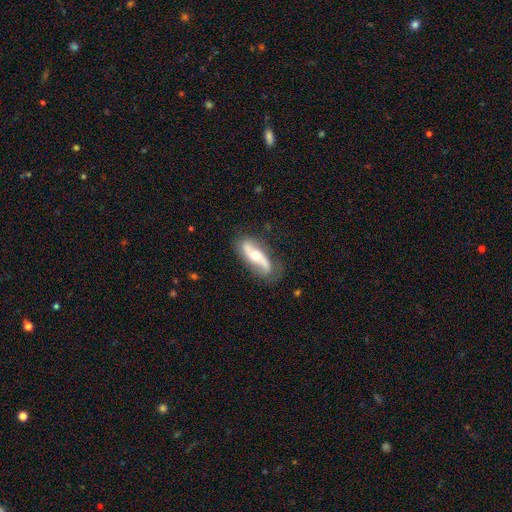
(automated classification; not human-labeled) A featured or disk galaxy (70%) with no bar (49%), spiral arms (87%) and a moderate central bulge (68%).

Vote fractions:
- Smooth or featured? featured or disk: 70% / smooth: 25% / star or artifact: 6%
- Edge-on disk? no: 80% / yes: 20%
- Bar? no: 49% / weak: 27% / strong: 24%
- Spiral arms? yes: 87% / no: 13%
- Bulge size? moderate: 68% / small: 21% / large: 8% / none: 2% / dominant: 1%
- Merging? none: 74% / minor disturbance: 18% / major disturbance: 6% / merger: 2%